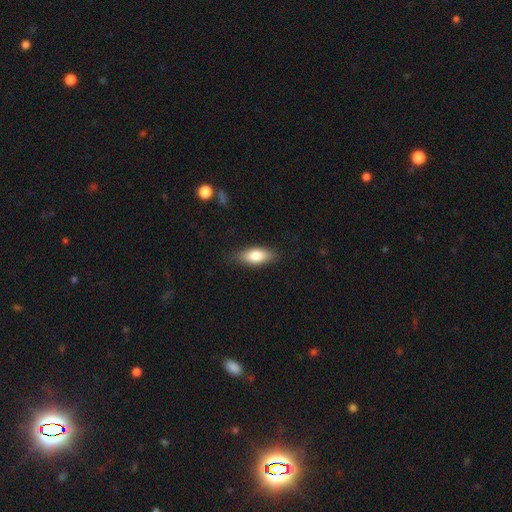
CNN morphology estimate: smooth_or_featured: smooth (p=0.77) [alt: featured or disk p=0.16]
how_rounded: in between (p=0.80) [alt: cigar-shaped p=0.17]
merging: none (p=0.83) [alt: minor disturbance p=0.13]